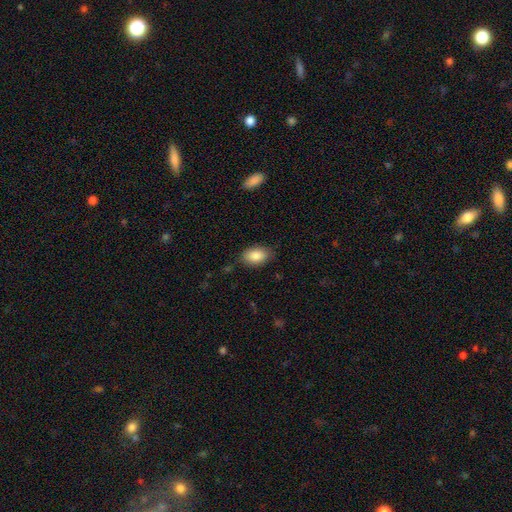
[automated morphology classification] Q: Smooth or featured?
A: smooth (86%); runner-up: star or artifact (7%)
Q: How rounded?
A: in between (89%); runner-up: round (10%)
Q: Merging?
A: none (82%); runner-up: minor disturbance (14%)